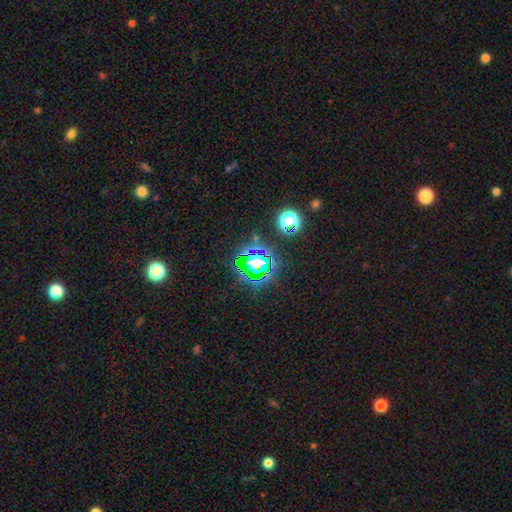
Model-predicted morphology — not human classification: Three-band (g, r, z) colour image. It shows a star or artifact, not a galaxy (77%).